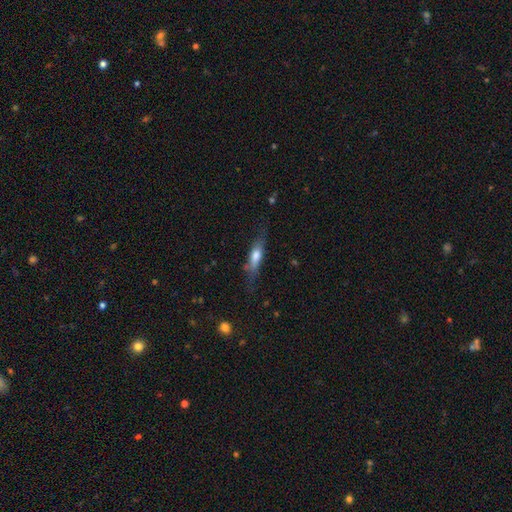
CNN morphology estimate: A smooth galaxy with no disk features (63%) that is cigar-shaped (58%).

Vote fractions:
- Smooth or featured? smooth: 63% / featured or disk: 30% / star or artifact: 7%
- How rounded? cigar-shaped: 58% / in between: 40% / round: 2%
- Merging? none: 62% / minor disturbance: 25% / major disturbance: 10% / merger: 2%